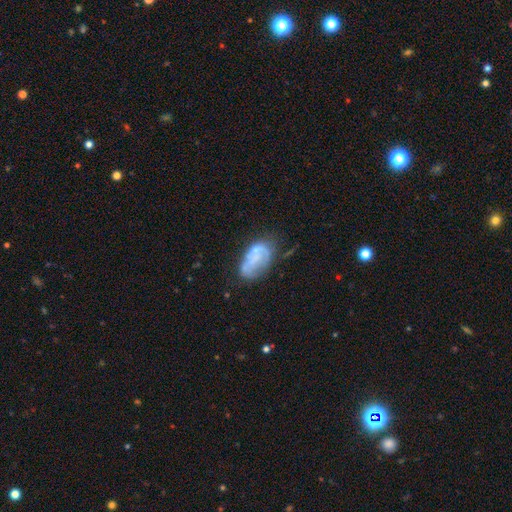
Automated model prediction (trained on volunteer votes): Morphology: type=featured or disk (53%); edge-on=no (96%); bar=no (79%); spiral arms=no (69%); bulge=none (44%); merging=none (42%).